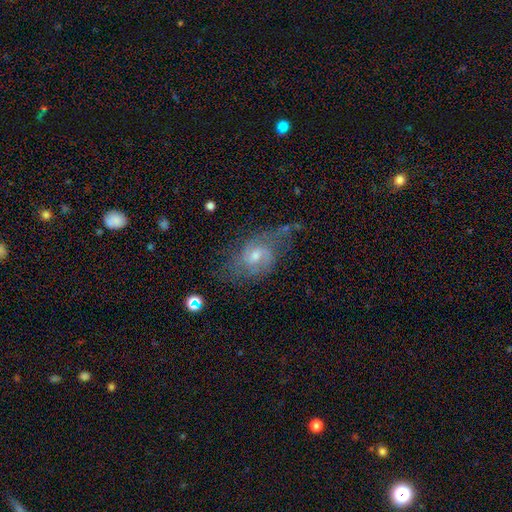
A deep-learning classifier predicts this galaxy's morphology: This is likely a featured or disk galaxy (71%). It is clearly not viewed edge-on (95%). Bar: possibly weak (47%). Spiral arm pattern: clearly yes (86%). Spiral arm count: possibly 2 (58%). Spiral winding: marginally medium (43%). Central bulge: possibly moderate (51%). Merging: possibly none (49%).